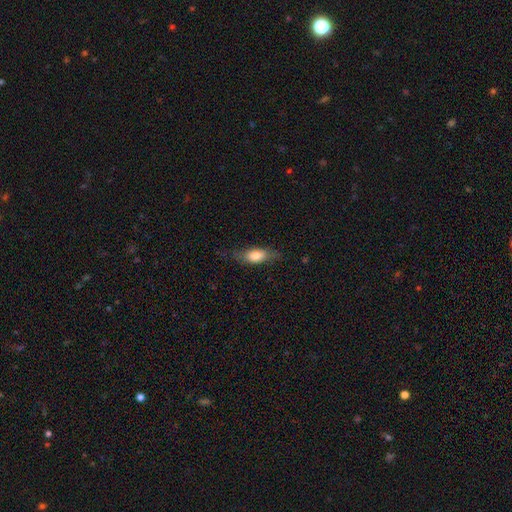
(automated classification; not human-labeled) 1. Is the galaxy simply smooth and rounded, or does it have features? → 72% smooth, 22% featured or disk, 7% star or artifact.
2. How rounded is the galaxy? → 74% in between, 23% cigar-shaped, 4% round.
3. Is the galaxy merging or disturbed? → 69% none, 22% minor disturbance, 8% major disturbance, 1% merger.